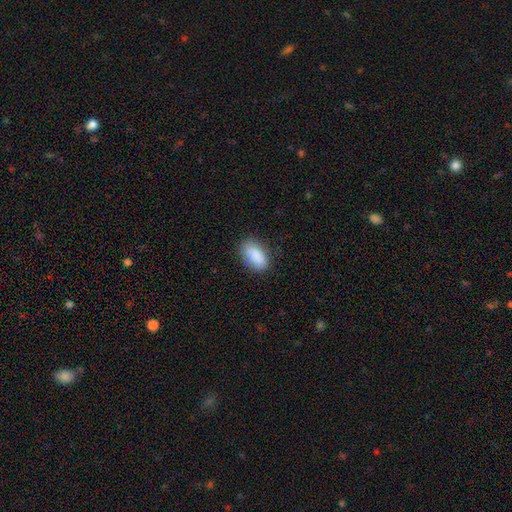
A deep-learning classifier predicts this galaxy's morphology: This appears to be a smooth galaxy with no disk features (87%) that is in between round and cigar-shaped (90%). Merging: none (78%).